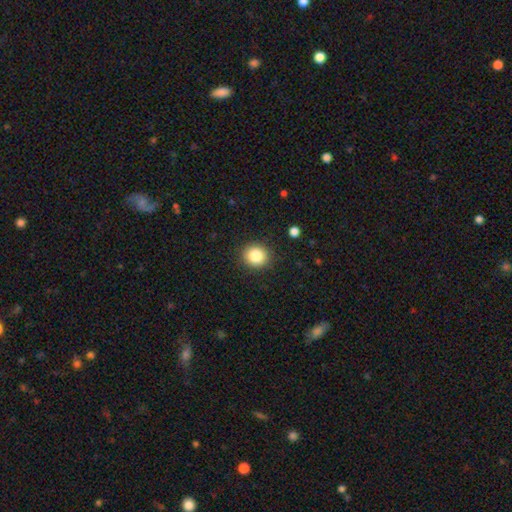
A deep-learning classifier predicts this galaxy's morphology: This is clearly a smooth galaxy (84%). How rounded: clearly round (84%). Merging: clearly none (90%).